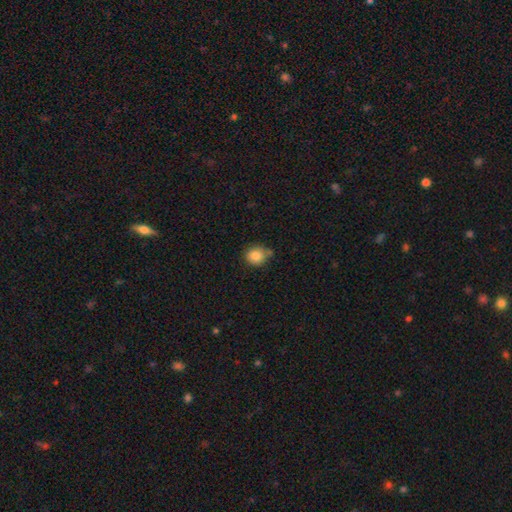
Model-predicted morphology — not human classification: Smooth or featured? Predicted: smooth (p=0.85). How rounded? Predicted: round (p=0.80). Merging? Predicted: none (p=0.64).